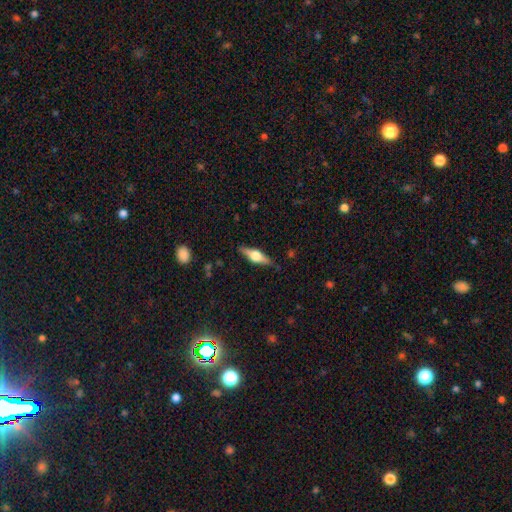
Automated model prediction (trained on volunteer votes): Q: Smooth or featured?
A: featured or disk (67%); runner-up: smooth (27%)
Q: Edge-on disk?
A: yes (96%); runner-up: no (4%)
Q: Edge-on bulge?
A: rounded (93%); runner-up: boxy (6%)
Q: Merging?
A: none (86%); runner-up: minor disturbance (10%)